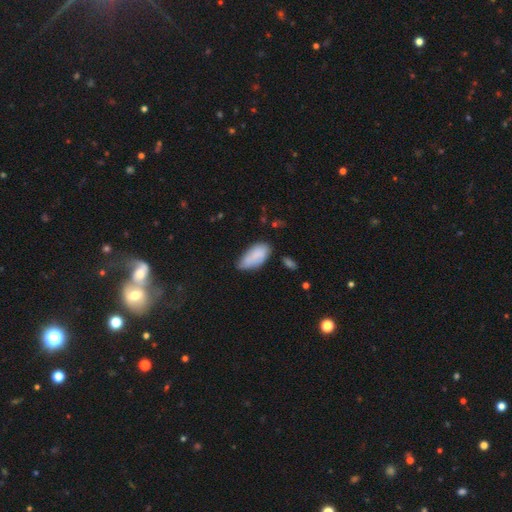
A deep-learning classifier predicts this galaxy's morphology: Q: Smooth or featured?
A: smooth (81%); runner-up: featured or disk (12%)
Q: How rounded?
A: in between (92%); runner-up: cigar-shaped (6%)
Q: Merging?
A: none (44%); runner-up: minor disturbance (41%)